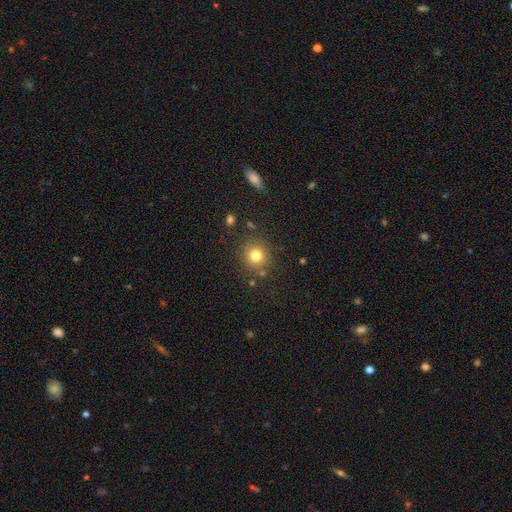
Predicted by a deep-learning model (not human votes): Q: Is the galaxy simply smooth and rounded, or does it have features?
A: smooth — 78%.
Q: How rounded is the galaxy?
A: round — 91%.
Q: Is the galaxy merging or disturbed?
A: none — 85%.